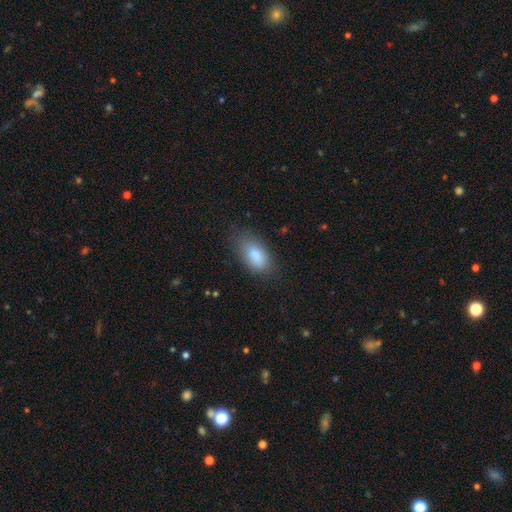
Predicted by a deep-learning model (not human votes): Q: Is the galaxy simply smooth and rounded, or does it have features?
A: smooth — 86%.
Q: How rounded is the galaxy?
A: in between — 91%.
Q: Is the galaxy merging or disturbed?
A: none — 71%.